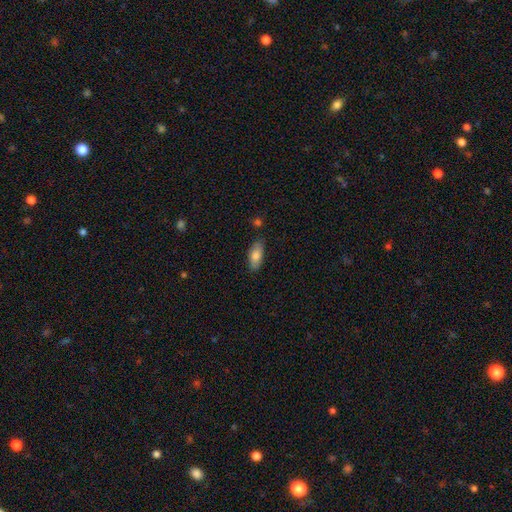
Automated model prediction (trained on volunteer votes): Morphology: type=smooth (80%); roundness=in between (85%); merging=none (80%).